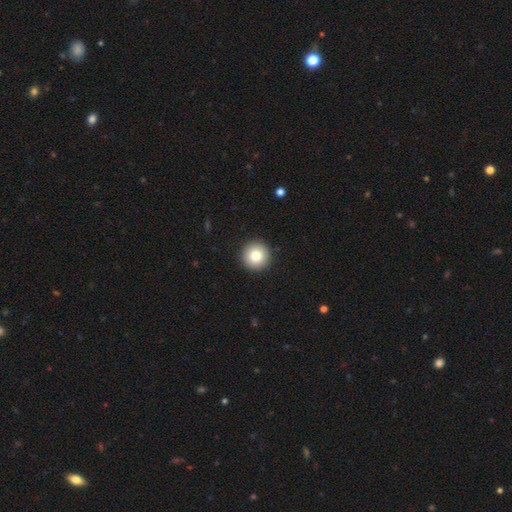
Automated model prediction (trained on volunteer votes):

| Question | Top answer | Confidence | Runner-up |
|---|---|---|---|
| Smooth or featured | smooth | 81% | featured or disk (10%) |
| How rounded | round | 96% | in between (3%) |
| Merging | none | 93% | minor disturbance (4%) |